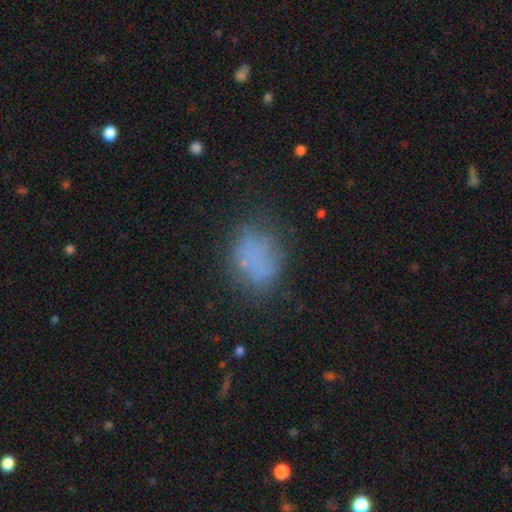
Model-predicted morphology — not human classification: Smooth or featured: smooth — 69% (featured or disk — 17%)
How rounded: in between — 62% (round — 36%)
Merging: none — 60% (minor disturbance — 23%)